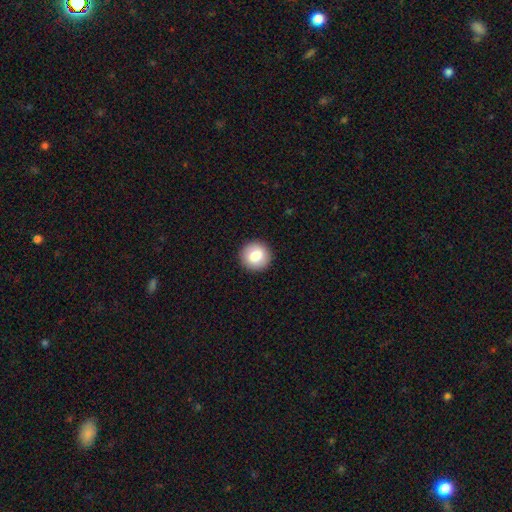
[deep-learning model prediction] smooth 81%, featured or disk 11%, star or artifact 8%. Down the decision tree: how rounded — round (94%); merging — none (93%).